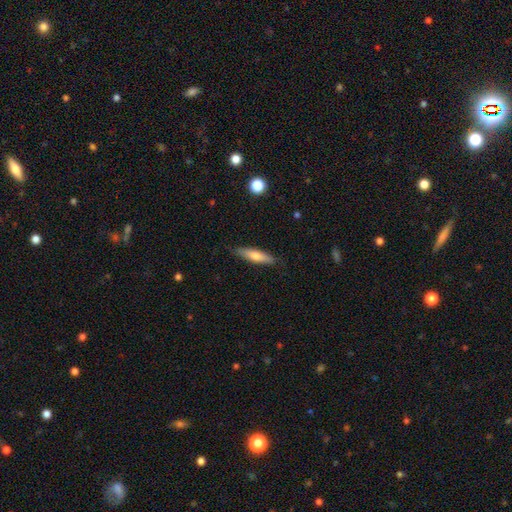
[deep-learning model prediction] This appears to be a smooth galaxy with no disk features (67%) that is cigar-shaped (70%). Merging: none (82%).